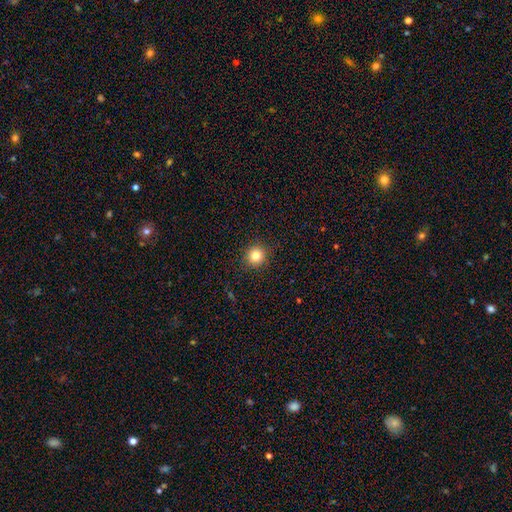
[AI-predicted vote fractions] smooth-or-featured: smooth: 82% | star or artifact: 12% | featured or disk: 6%
  how-rounded: round: 94% | in between: 5% | cigar-shaped: 1%
  merging: none: 91% | minor disturbance: 6% | major disturbance: 2% | merger: 1%